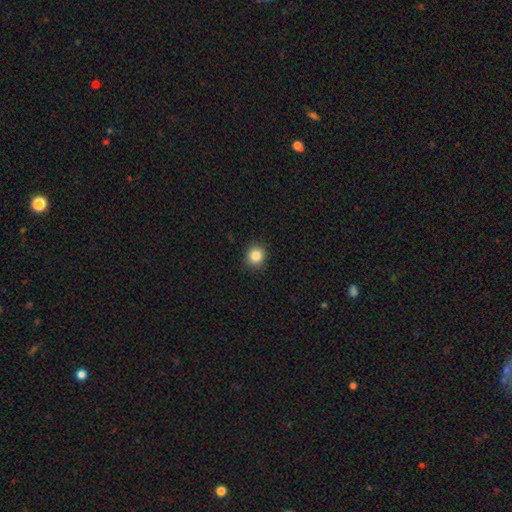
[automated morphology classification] Q: Smooth or featured?
A: smooth (85%); runner-up: star or artifact (11%)
Q: How rounded?
A: round (85%); runner-up: in between (14%)
Q: Merging?
A: none (91%); runner-up: minor disturbance (6%)